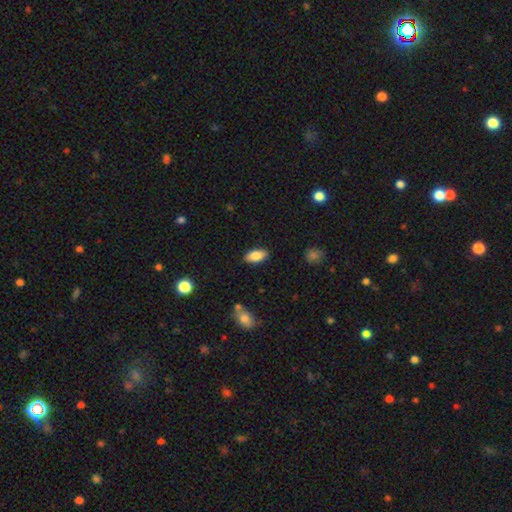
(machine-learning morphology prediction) Smooth or featured: smooth — 84% (featured or disk — 9%)
How rounded: in between — 91% (cigar-shaped — 6%)
Merging: none — 87% (minor disturbance — 9%)